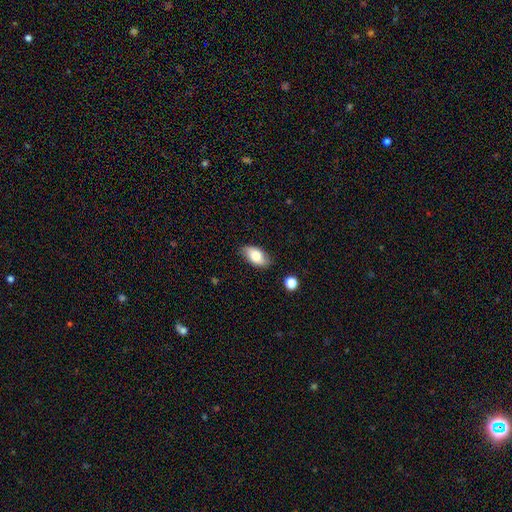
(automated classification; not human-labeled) Morphology: type=smooth (75%); roundness=in between (92%); merging=none (81%).